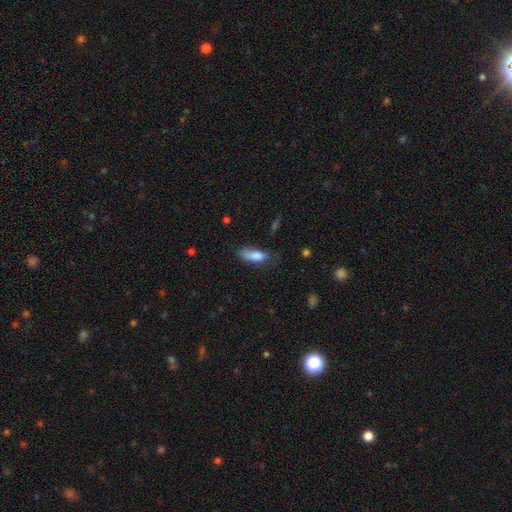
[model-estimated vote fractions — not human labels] smooth 83%, featured or disk 10%, star or artifact 7%. Down the decision tree: how rounded — in between (78%); merging — none (48%).